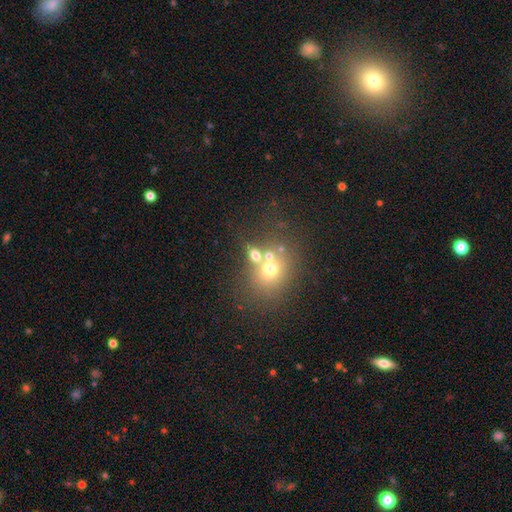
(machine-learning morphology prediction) A smooth galaxy with no disk features (61%) that is round (56%). Merging: none (43%).